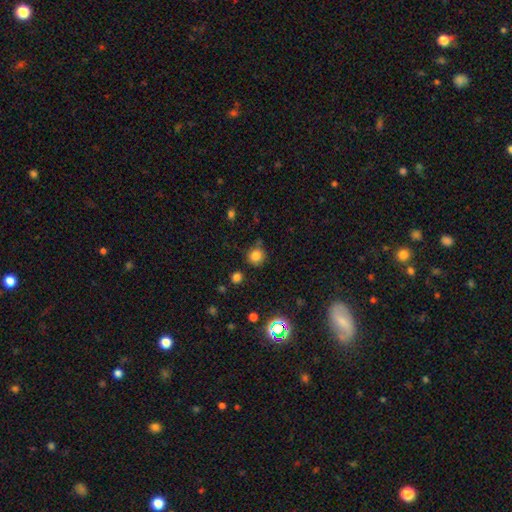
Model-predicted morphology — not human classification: Smooth or featured?
  - smooth: 80% *
  - star or artifact: 14%
  - featured or disk: 6%
How rounded?
  - round: 90% *
  - in between: 9%
  - cigar-shaped: 1%
Merging?
  - none: 79% *
  - minor disturbance: 13%
  - merger: 4%
  - major disturbance: 3%